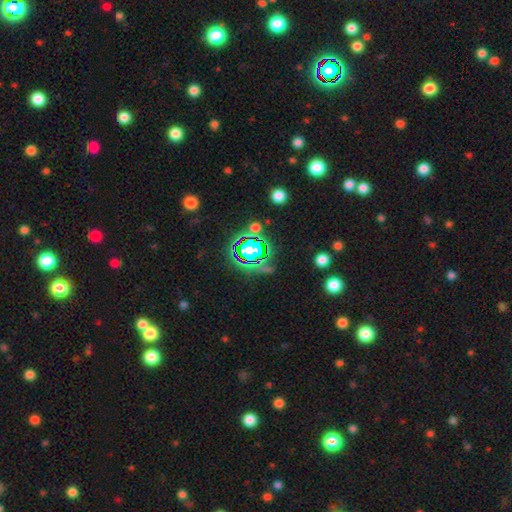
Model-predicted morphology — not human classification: Overall: star or artifact (64%).